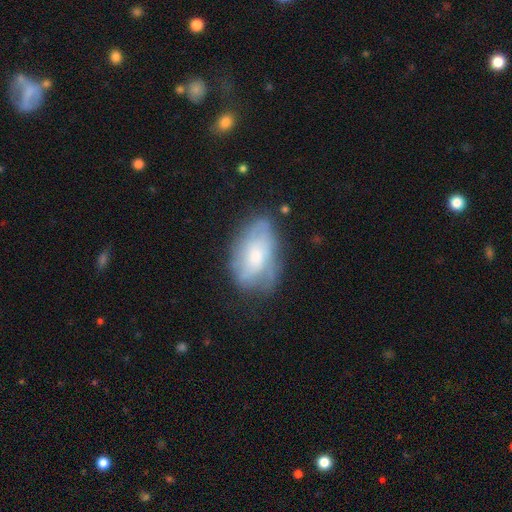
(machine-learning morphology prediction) Smooth or featured: featured or disk — 53% (smooth — 39%)
Edge-on disk: no — 93% (yes — 7%)
Merging: none — 58% (minor disturbance — 27%)